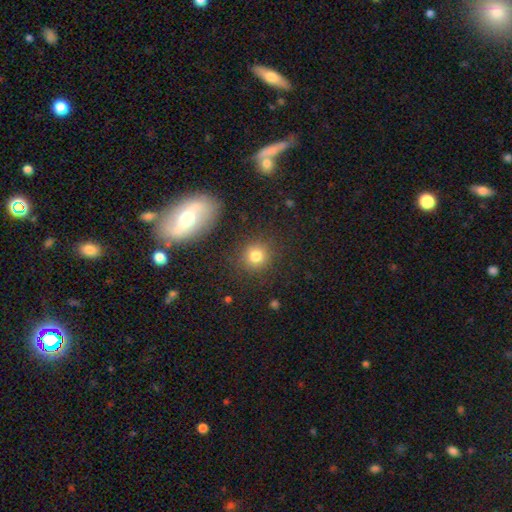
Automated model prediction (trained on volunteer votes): This appears to be a smooth galaxy with no disk features (79%) that is round (89%). Merging: none (86%).